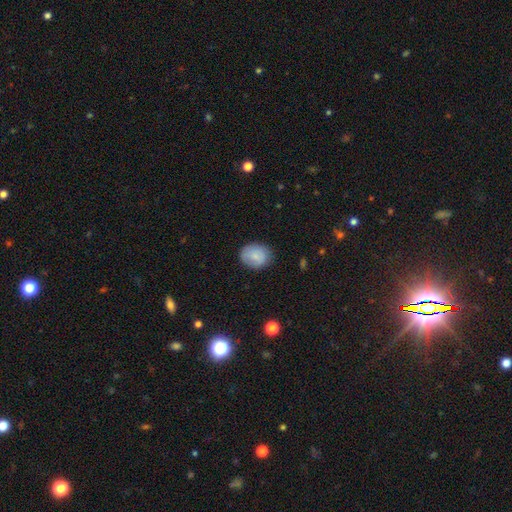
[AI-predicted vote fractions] A smooth galaxy with no disk features (82%) that is round (53%).

Vote fractions:
- Smooth or featured? smooth: 82% / featured or disk: 11% / star or artifact: 7%
- How rounded? round: 53% / in between: 46% / cigar-shaped: 1%
- Merging? none: 82% / minor disturbance: 14% / major disturbance: 3% / merger: 1%